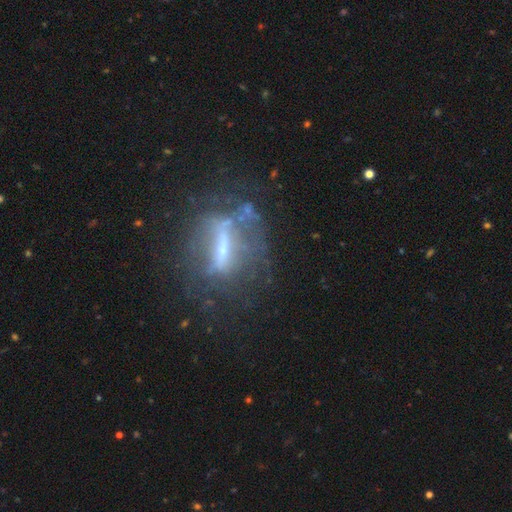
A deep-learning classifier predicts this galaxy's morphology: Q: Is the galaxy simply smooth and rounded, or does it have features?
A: featured or disk — 65%.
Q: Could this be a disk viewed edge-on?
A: no — 65%.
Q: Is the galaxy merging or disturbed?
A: none — 54%.